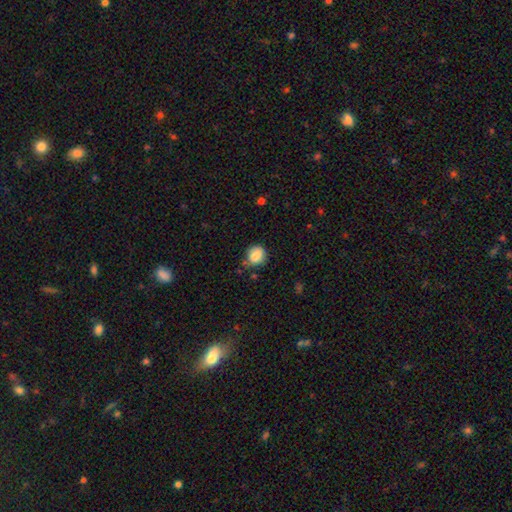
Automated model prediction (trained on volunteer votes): smooth-or-featured: smooth: 83% | star or artifact: 9% | featured or disk: 8%
  how-rounded: round: 71% | in between: 28% | cigar-shaped: 1%
  merging: none: 68% | minor disturbance: 23% | major disturbance: 5% | merger: 4%